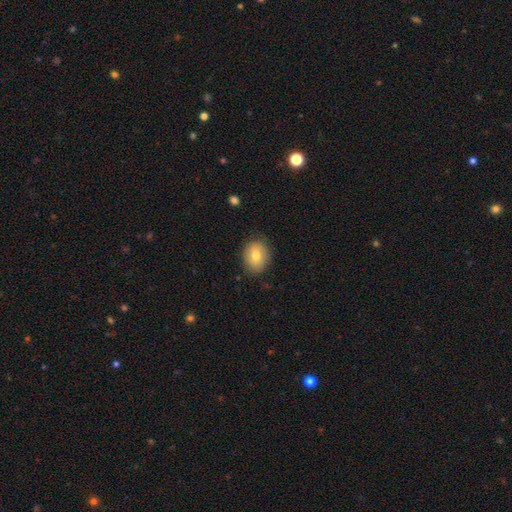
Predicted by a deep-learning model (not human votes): A smooth galaxy with no disk features (75%) that is in between round and cigar-shaped (52%). Merging: none (83%).